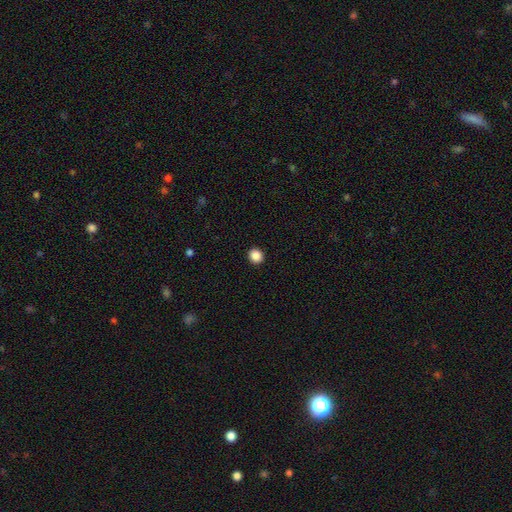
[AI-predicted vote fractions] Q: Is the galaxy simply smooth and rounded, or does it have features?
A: smooth — 87%.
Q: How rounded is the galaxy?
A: round — 88%.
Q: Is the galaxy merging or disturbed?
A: none — 93%.